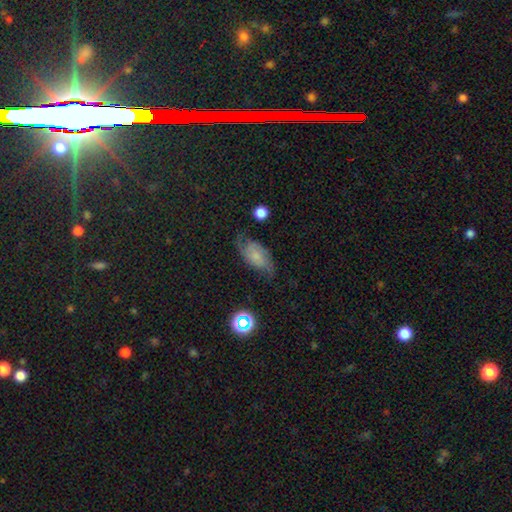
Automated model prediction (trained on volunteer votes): Smooth or featured?
  - featured or disk: 53% *
  - smooth: 35%
  - star or artifact: 12%
Edge-on disk?
  - no: 93% *
  - yes: 7%
Merging?
  - none: 61% *
  - minor disturbance: 25%
  - major disturbance: 12%
  - merger: 2%